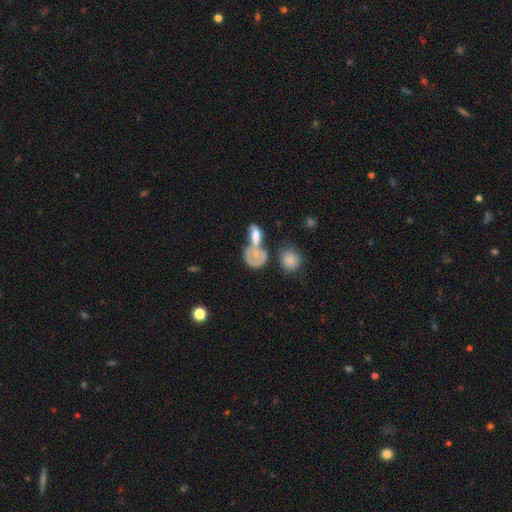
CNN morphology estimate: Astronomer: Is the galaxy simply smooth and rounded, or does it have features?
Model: smooth — 57% (runner-up: featured or disk, 34%).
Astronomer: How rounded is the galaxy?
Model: in between — 50% (runner-up: round, 46%).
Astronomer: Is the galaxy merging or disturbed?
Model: merger — 49% (runner-up: none, 26%).